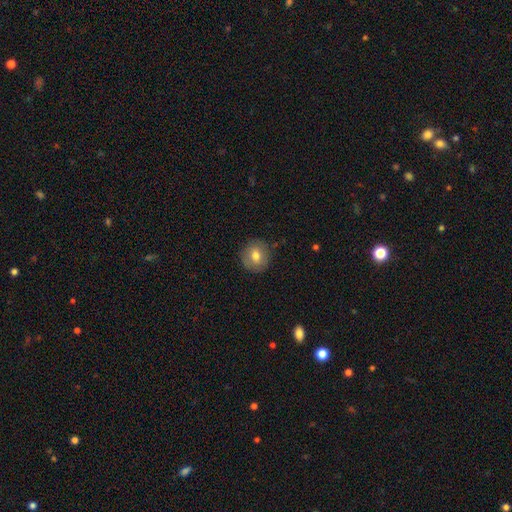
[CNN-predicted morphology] The model was most divided on "smooth or featured": smooth: 75%, featured or disk: 16%, star or artifact: 9%. More confident: how rounded — round (88%); merging — none (87%).